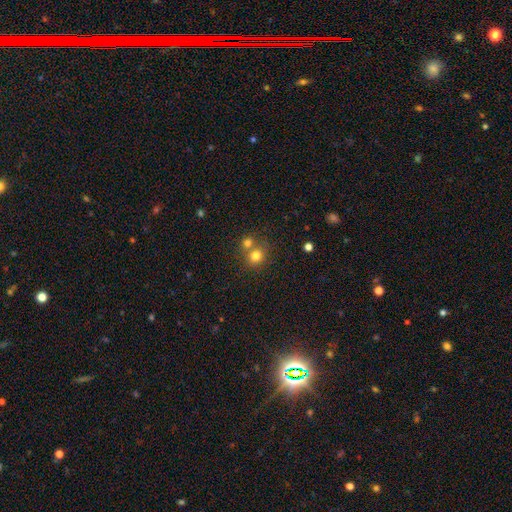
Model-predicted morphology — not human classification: Overall: smooth (78%). How rounded: round (84%). Merging: none (53%; merger 37%).